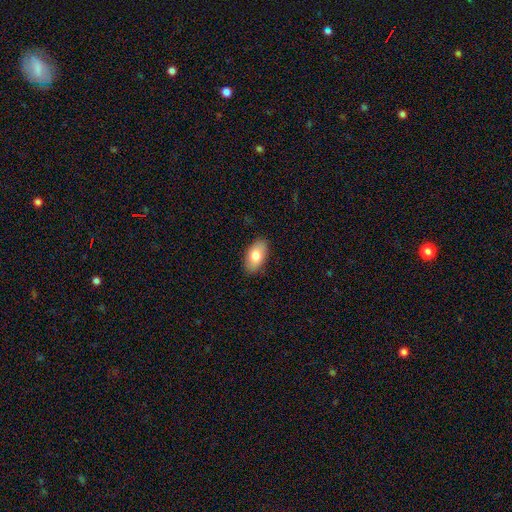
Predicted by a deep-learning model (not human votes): A smooth galaxy with no disk features (78%) that is in between round and cigar-shaped (94%).

Vote fractions:
- Smooth or featured? smooth: 78% / featured or disk: 15% / star or artifact: 7%
- How rounded? in between: 94% / round: 4% / cigar-shaped: 2%
- Merging? none: 87% / minor disturbance: 10% / major disturbance: 2% / merger: 1%